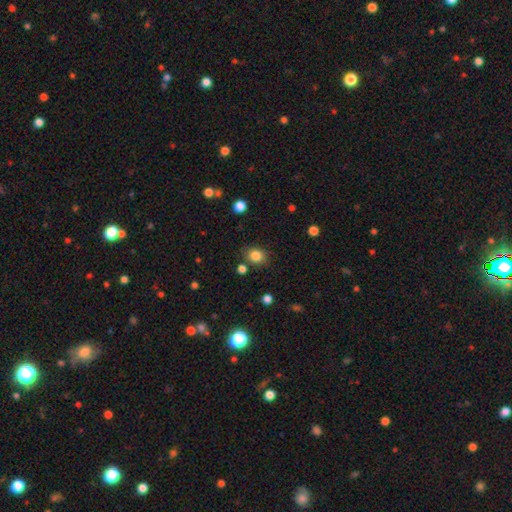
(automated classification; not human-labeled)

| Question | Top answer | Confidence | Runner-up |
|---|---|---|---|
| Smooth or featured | smooth | 82% | star or artifact (11%) |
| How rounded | round | 59% | in between (40%) |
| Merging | none | 81% | minor disturbance (11%) |